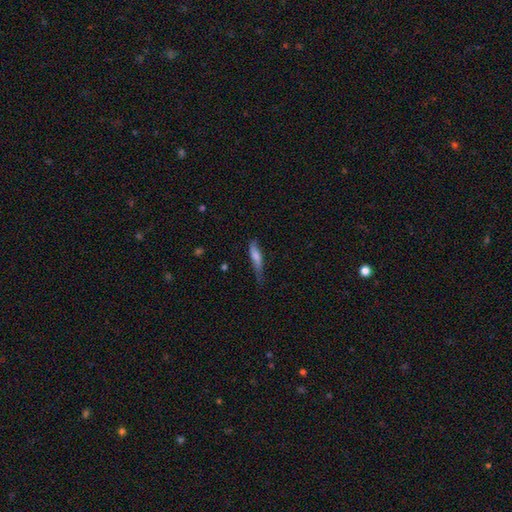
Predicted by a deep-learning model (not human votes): This appears to be a smooth galaxy with no disk features (68%) that is cigar-shaped (76%). Merging: none (48%).